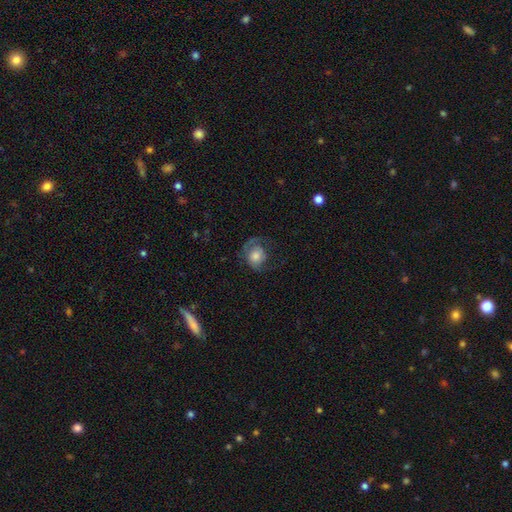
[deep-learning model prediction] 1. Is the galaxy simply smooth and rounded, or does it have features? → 49% smooth, 43% featured or disk, 8% star or artifact.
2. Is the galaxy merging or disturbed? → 48% none, 28% major disturbance, 22% minor disturbance, 2% merger.